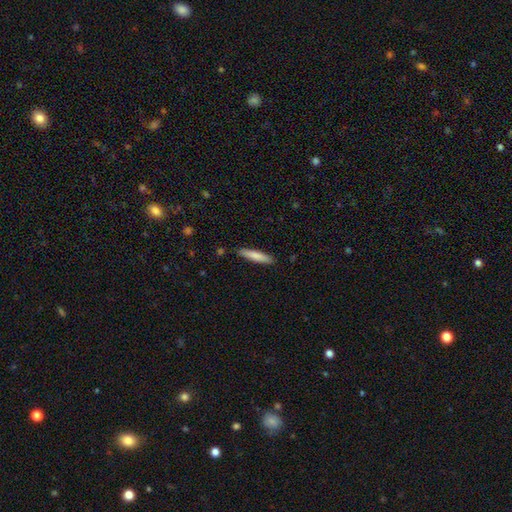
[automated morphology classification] This appears to be a smooth galaxy with no disk features (79%) that is cigar-shaped (87%). Merging: none (88%).